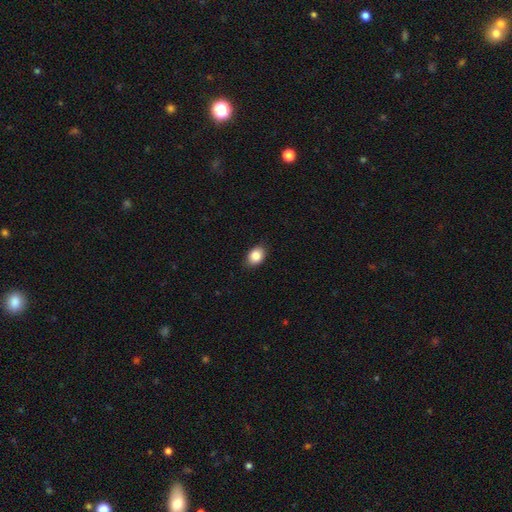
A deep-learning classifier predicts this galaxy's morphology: type=smooth (86%); roundness=in between (75%); merging=none (86%).